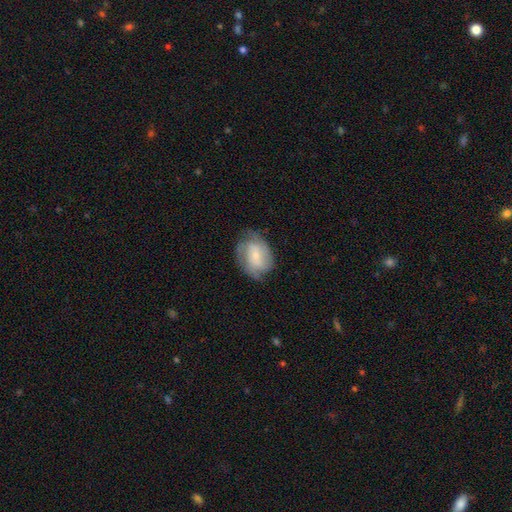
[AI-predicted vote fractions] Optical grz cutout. It shows a featured or disk galaxy (61%) with no bar (52%), spiral arms (85%) and a small central bulge (68%). Merging: none (66%).